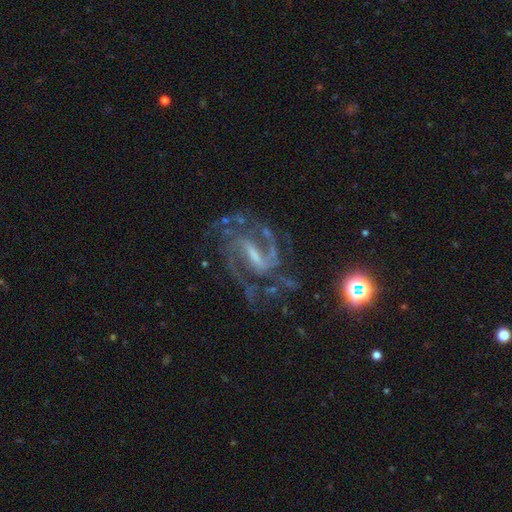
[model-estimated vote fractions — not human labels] This appears to be a featured or disk galaxy (88%) with a strong bar (46%), 2 (64%) medium (56%) spiral arms (97%) and a small central bulge (47%). Merging: none (65%).